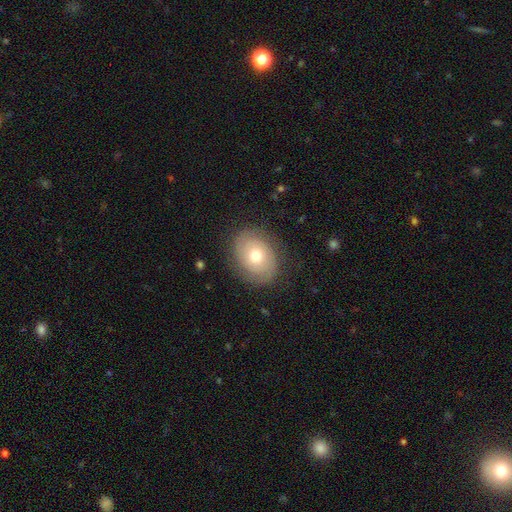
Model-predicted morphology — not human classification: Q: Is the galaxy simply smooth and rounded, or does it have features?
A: featured or disk — 51%.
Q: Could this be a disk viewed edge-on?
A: no — 96%.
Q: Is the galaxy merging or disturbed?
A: none — 81%.